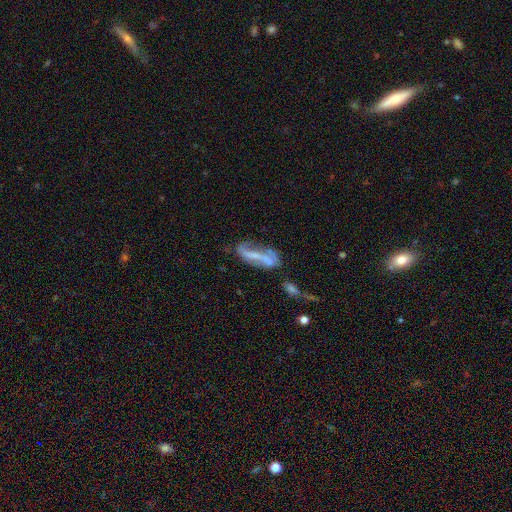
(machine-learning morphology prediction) A featured or disk galaxy (69%) with a strong bar (46%), spiral arms (72%) and no central bulge (51%).

Vote fractions:
- Smooth or featured? featured or disk: 69% / smooth: 21% / star or artifact: 10%
- Edge-on disk? no: 86% / yes: 14%
- Bar? strong: 46% / no: 27% / weak: 26%
- Spiral arms? yes: 72% / no: 28%
- Bulge size? none: 51% / small: 32% / moderate: 12% / large: 2% / dominant: 1%
- Merging? none: 37% / major disturbance: 22% / minor disturbance: 21% / merger: 20%